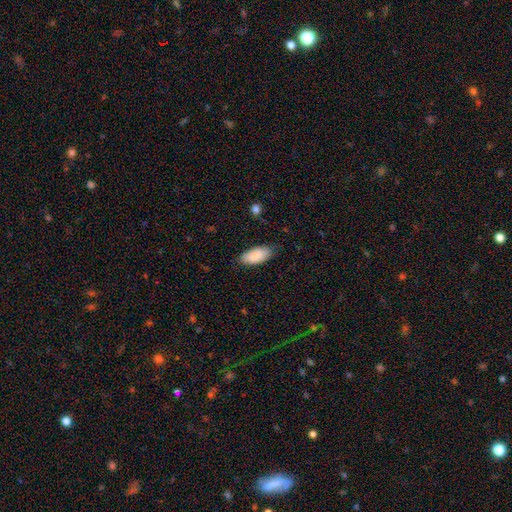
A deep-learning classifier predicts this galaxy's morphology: Smooth or featured: smooth — 88% (star or artifact — 6%)
How rounded: in between — 91% (cigar-shaped — 7%)
Merging: none — 75% (minor disturbance — 20%)